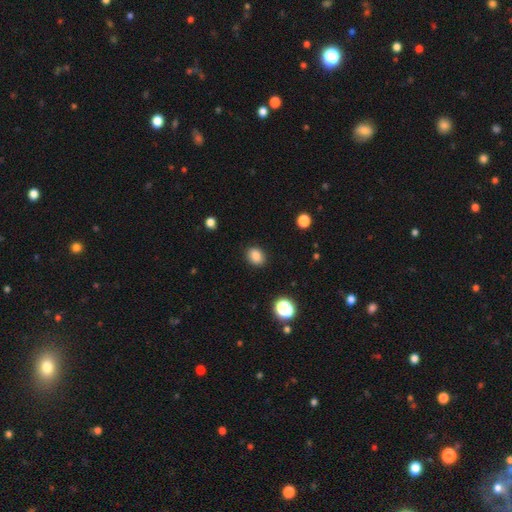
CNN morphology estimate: Smooth or featured: smooth — 85% (star or artifact — 11%)
How rounded: in between — 52% (round — 47%)
Merging: none — 87% (minor disturbance — 9%)